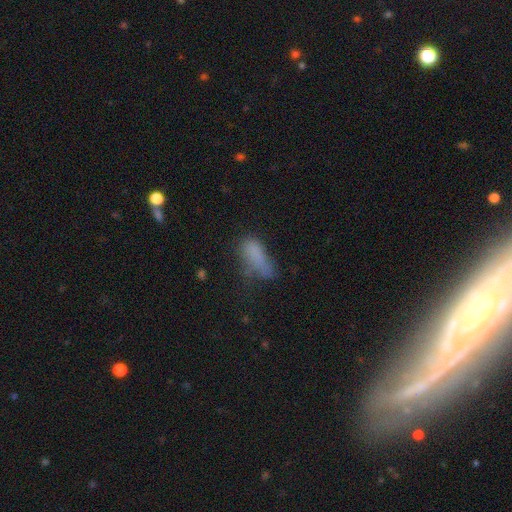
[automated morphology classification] Q: Smooth or featured?
A: smooth (72%); runner-up: featured or disk (14%)
Q: How rounded?
A: in between (77%); runner-up: cigar-shaped (20%)
Q: Merging?
A: none (36%); runner-up: minor disturbance (31%)